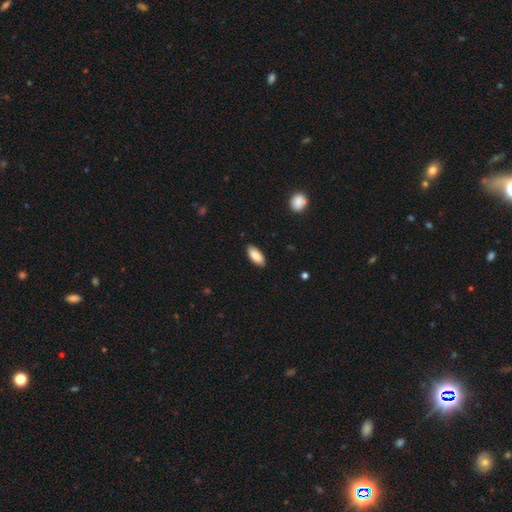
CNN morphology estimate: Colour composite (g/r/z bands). It shows a smooth galaxy with no disk features (87%) that is in between round and cigar-shaped (88%). Merging: none (88%).